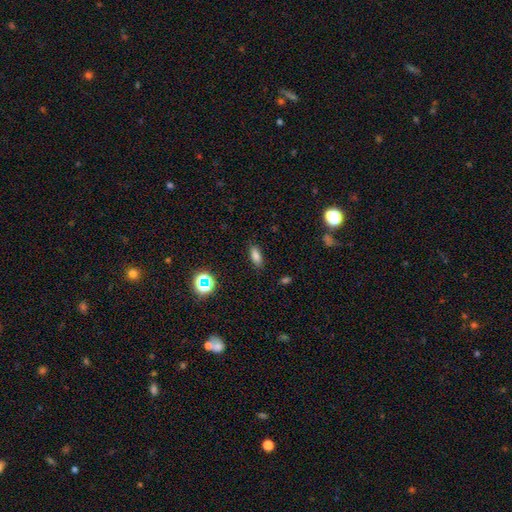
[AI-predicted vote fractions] Smooth or featured: smooth — 79% (star or artifact — 14%)
How rounded: in between — 76% (cigar-shaped — 19%)
Merging: none — 86% (minor disturbance — 10%)